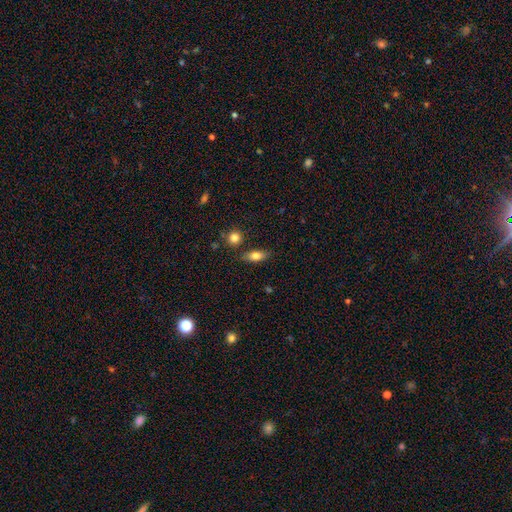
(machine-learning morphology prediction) A smooth galaxy with no disk features (76%) that is in between round and cigar-shaped (77%).

Vote fractions:
- Smooth or featured? smooth: 76% / featured or disk: 16% / star or artifact: 8%
- How rounded? in between: 77% / cigar-shaped: 17% / round: 5%
- Merging? none: 80% / minor disturbance: 12% / merger: 5% / major disturbance: 3%